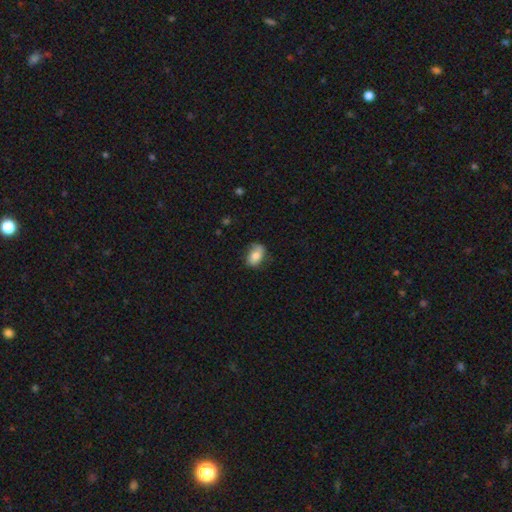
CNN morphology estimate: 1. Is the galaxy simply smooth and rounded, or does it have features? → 74% smooth, 18% featured or disk, 7% star or artifact.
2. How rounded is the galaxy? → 85% in between, 13% round, 2% cigar-shaped.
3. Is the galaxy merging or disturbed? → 67% none, 25% minor disturbance, 6% major disturbance, 2% merger.